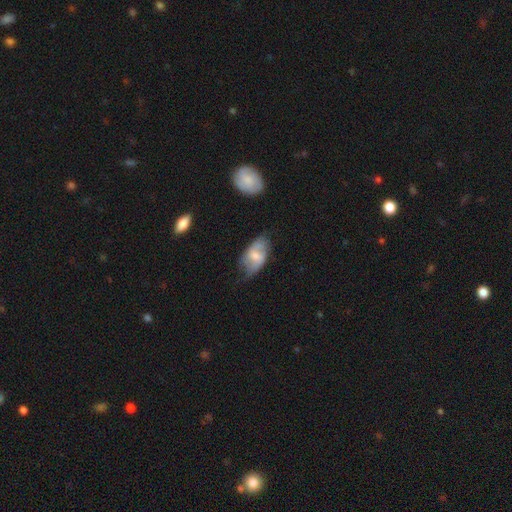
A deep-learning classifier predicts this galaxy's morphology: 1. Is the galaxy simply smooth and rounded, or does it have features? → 47% featured or disk, 46% smooth, 7% star or artifact.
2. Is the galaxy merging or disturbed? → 52% none, 33% minor disturbance, 12% major disturbance, 3% merger.